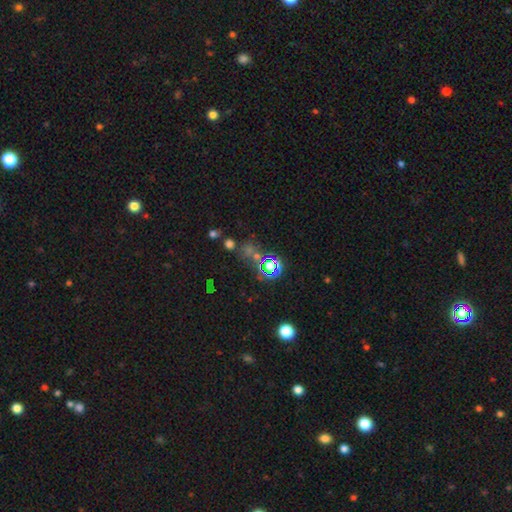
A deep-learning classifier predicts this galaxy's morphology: Smooth or featured? Predicted: star or artifact (p=0.62).